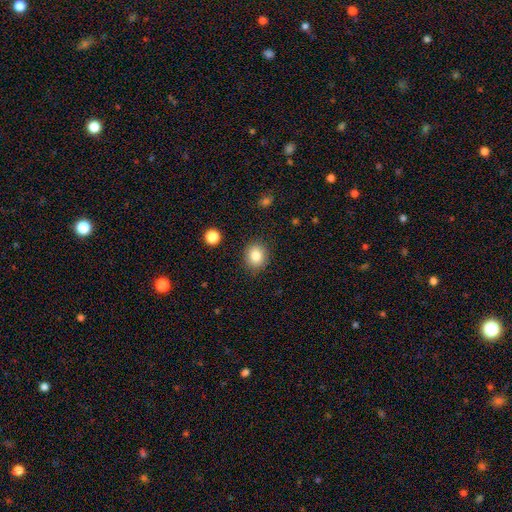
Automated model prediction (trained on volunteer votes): This appears to be a smooth galaxy with no disk features (84%) that is round (75%). Merging: none (87%).